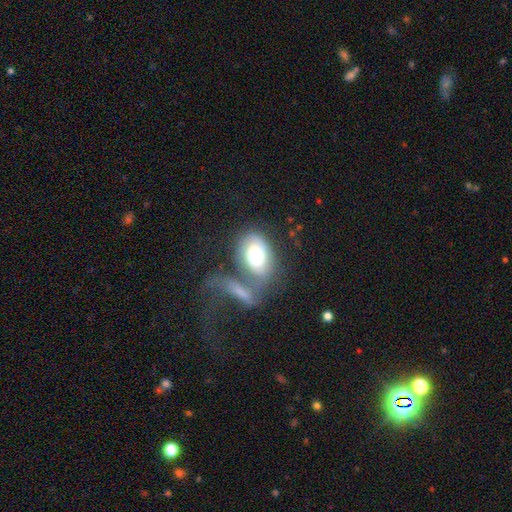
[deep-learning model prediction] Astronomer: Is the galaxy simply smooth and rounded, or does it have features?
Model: smooth — 67%.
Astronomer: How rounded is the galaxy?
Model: in between — 77%.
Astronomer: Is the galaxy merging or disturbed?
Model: merger — 33% (runner-up: none, 31%).